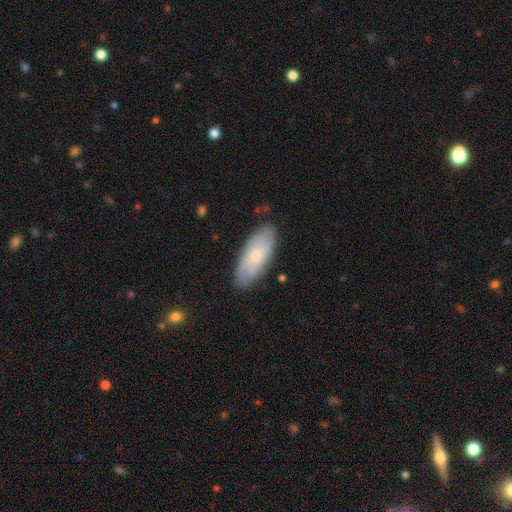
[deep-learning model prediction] A smooth galaxy with no disk features (57%) that is in between round and cigar-shaped (79%). Merging: none (81%).